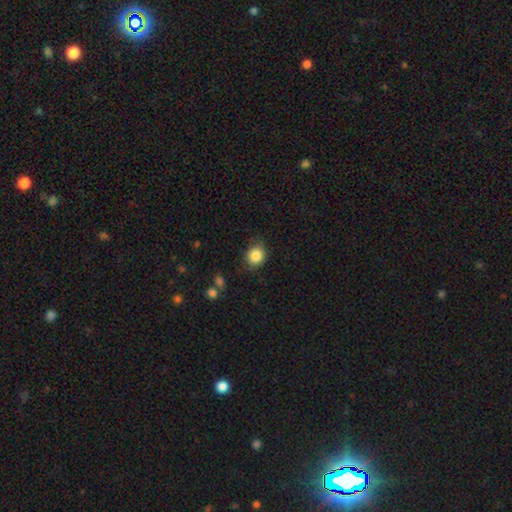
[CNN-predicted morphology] A smooth galaxy with no disk features (86%) that is round (72%).

Vote fractions:
- Smooth or featured? smooth: 86% / star or artifact: 9% / featured or disk: 5%
- How rounded? round: 72% / in between: 27% / cigar-shaped: 1%
- Merging? none: 76% / minor disturbance: 18% / major disturbance: 4% / merger: 2%